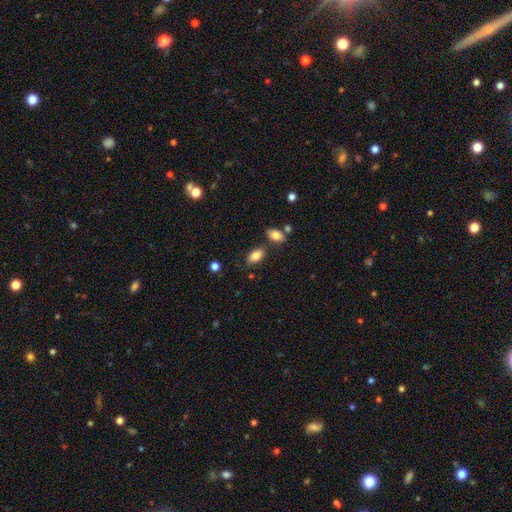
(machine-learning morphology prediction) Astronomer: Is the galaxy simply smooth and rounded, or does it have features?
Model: smooth — 84%.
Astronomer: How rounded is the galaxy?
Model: in between — 92%.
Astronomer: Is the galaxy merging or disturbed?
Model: none — 76%.